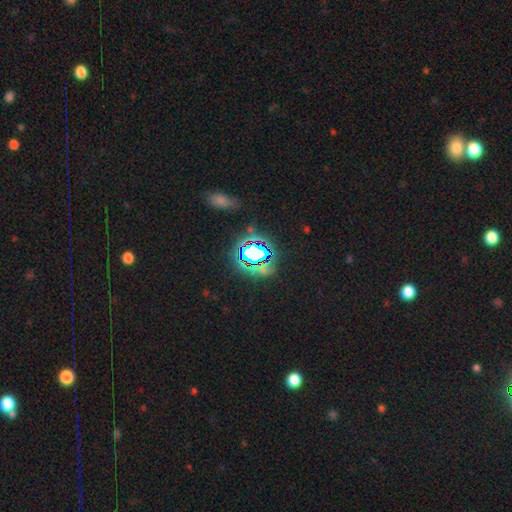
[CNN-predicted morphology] Smooth or featured? Predicted: star or artifact (p=0.73).